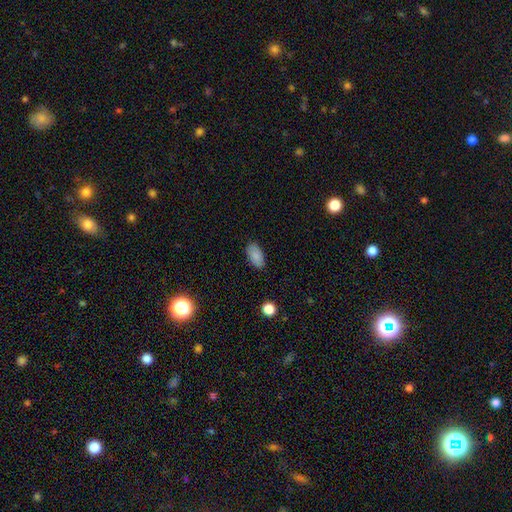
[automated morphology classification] Smooth or featured: smooth — 85% (star or artifact — 8%)
How rounded: in between — 94% (round — 4%)
Merging: none — 85% (minor disturbance — 11%)